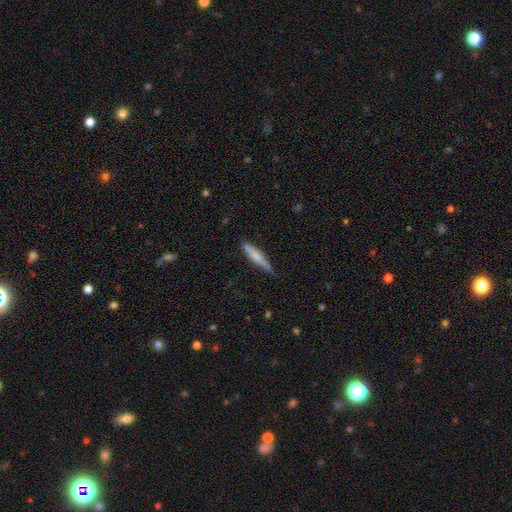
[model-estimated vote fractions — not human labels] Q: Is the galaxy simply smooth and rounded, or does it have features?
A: smooth — 62%.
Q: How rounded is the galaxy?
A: cigar-shaped — 90%.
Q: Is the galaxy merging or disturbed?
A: none — 72%.